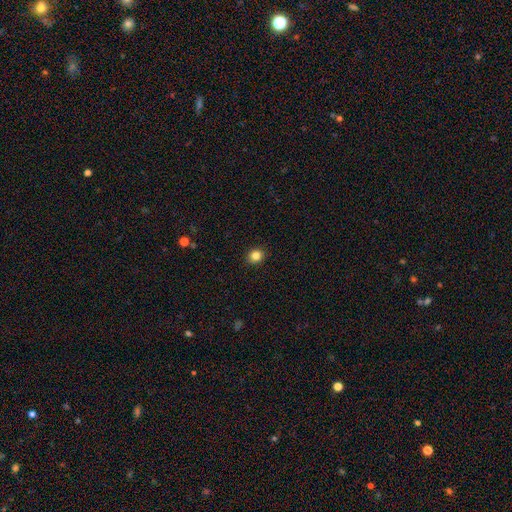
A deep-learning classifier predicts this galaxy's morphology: type=smooth (84%); roundness=round (77%); merging=none (91%).